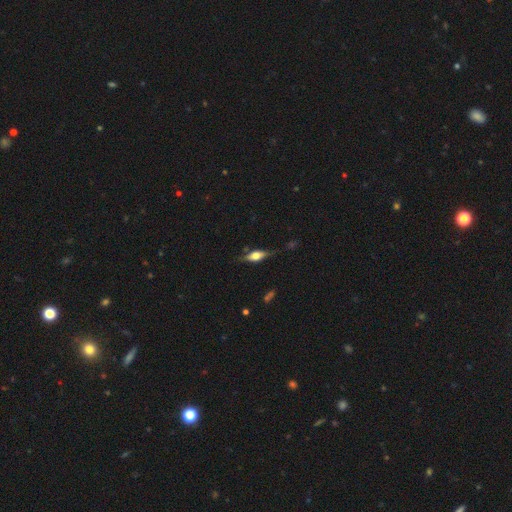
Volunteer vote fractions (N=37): A featured or disk galaxy (62%) viewed edge-on (91%) with a rounded central bulge (95%). Merging: none (78%).